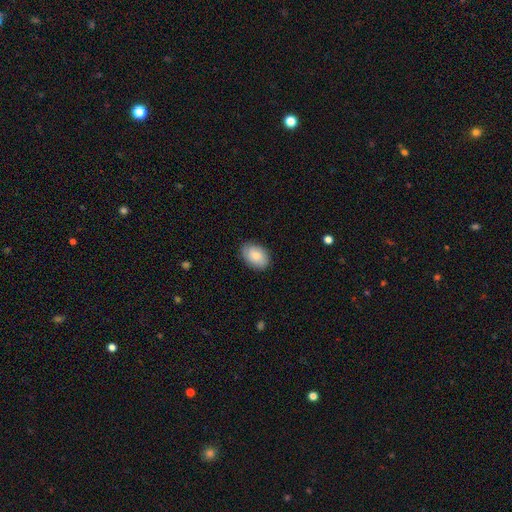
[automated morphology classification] Smooth or featured: smooth — 79% (featured or disk — 14%)
How rounded: in between — 85% (round — 14%)
Merging: none — 83% (minor disturbance — 13%)